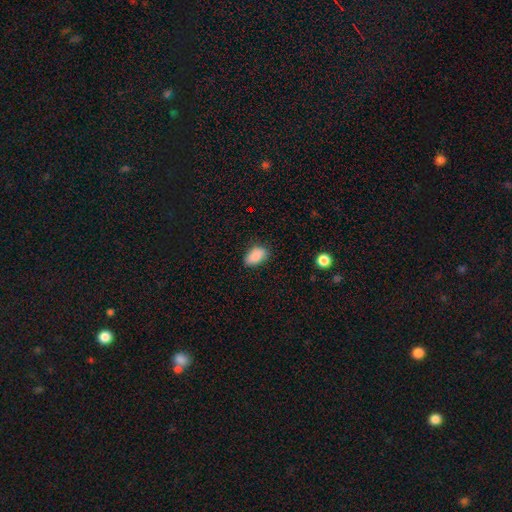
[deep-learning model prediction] This appears to be a smooth galaxy with no disk features (87%) that is in between round and cigar-shaped (91%). Merging: none (78%).